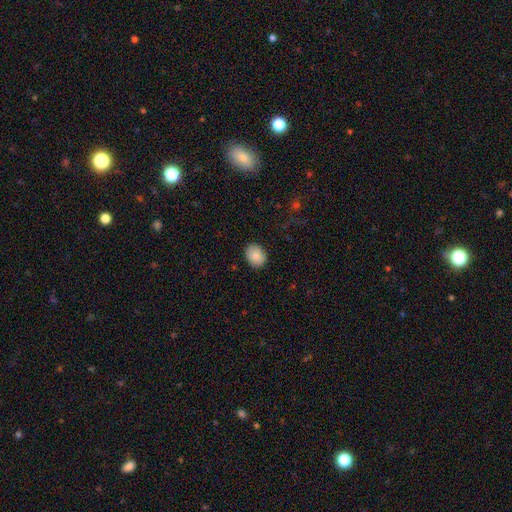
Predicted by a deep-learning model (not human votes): smooth-or-featured: smooth: 86% | star or artifact: 7% | featured or disk: 6%
  how-rounded: in between: 56% | round: 43% | cigar-shaped: 1%
  merging: none: 88% | minor disturbance: 9% | major disturbance: 2% | merger: 1%